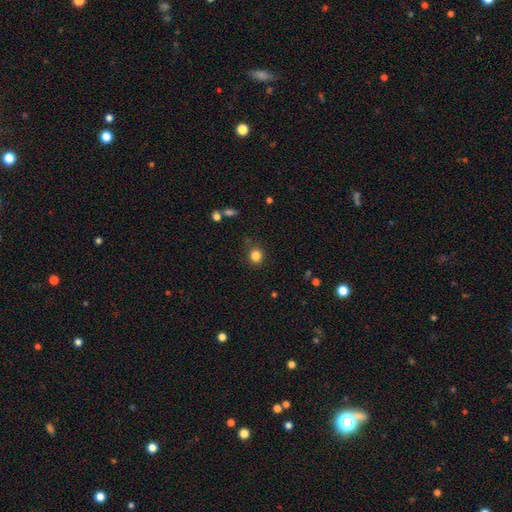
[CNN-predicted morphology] smooth 84%, star or artifact 12%, featured or disk 4%. Down the decision tree: how rounded — round (86%); merging — none (83%).